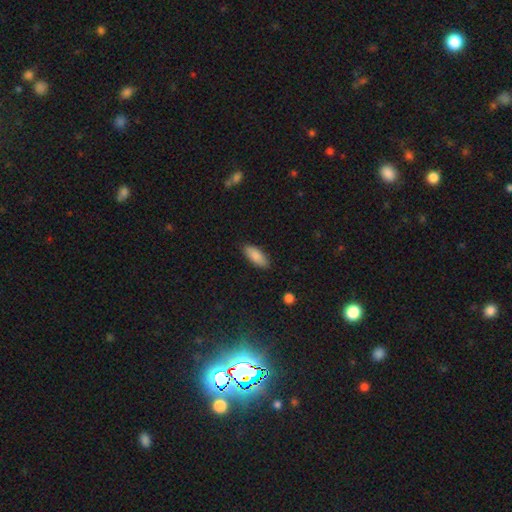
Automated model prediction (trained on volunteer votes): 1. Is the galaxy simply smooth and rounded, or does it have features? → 87% smooth, 7% featured or disk, 6% star or artifact.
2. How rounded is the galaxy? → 81% in between, 17% cigar-shaped, 2% round.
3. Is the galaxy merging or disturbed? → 86% none, 11% minor disturbance, 2% major disturbance, 1% merger.